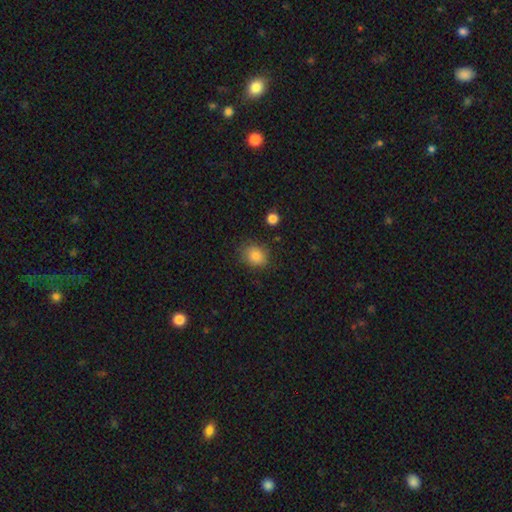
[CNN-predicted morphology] Smooth or featured? smooth (83%)
How rounded? round (54%)
Merging? none (76%)